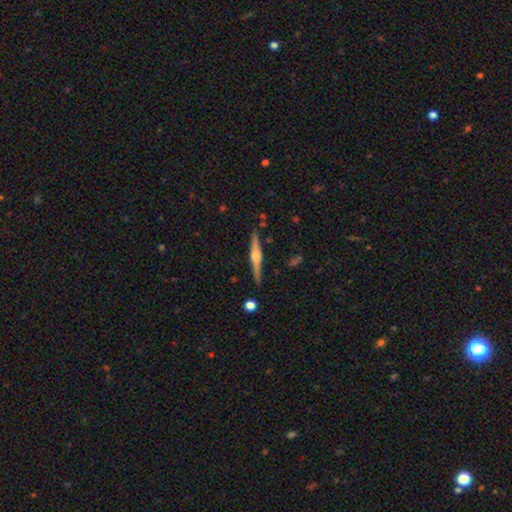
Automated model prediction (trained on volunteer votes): This appears to be a featured or disk galaxy (77%) viewed edge-on (98%) with a rounded central bulge (87%). Merging: none (89%).